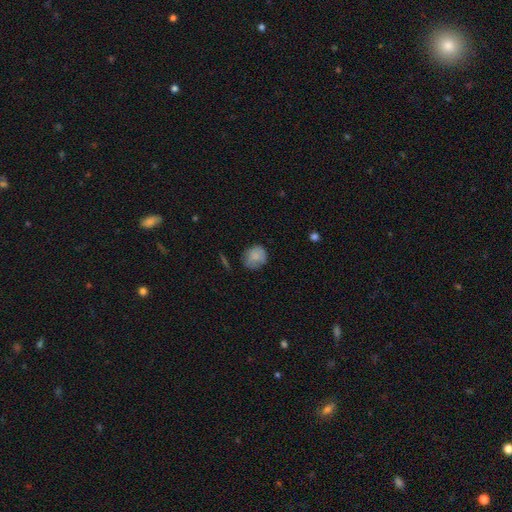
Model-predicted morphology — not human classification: Smooth or featured? smooth (80%)
How rounded? round (72%)
Merging? none (65%)